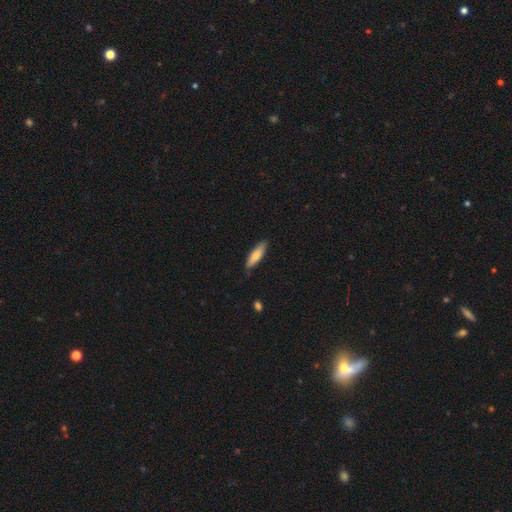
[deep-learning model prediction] Overall: smooth (76%). How rounded: cigar-shaped (63%; in between 36%). Merging: none (82%).